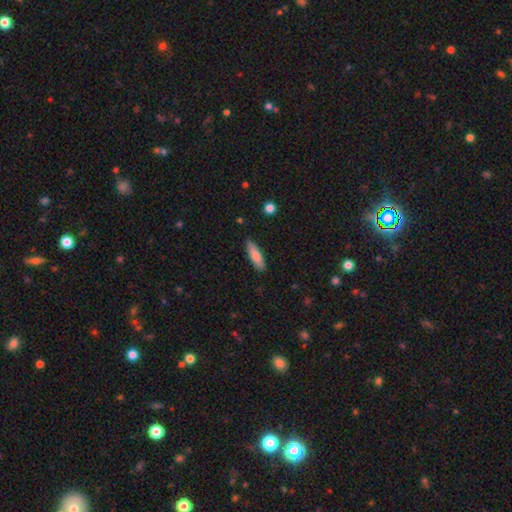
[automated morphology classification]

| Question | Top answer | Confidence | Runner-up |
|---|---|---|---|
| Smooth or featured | smooth | 80% | featured or disk (14%) |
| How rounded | cigar-shaped | 63% | in between (35%) |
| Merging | none | 87% | minor disturbance (10%) |